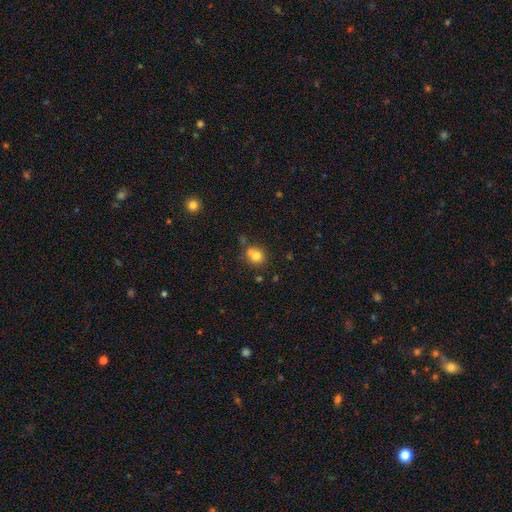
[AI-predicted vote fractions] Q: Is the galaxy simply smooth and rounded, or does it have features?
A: smooth — 76%.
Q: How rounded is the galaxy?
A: round — 75%.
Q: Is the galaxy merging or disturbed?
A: none — 51%.